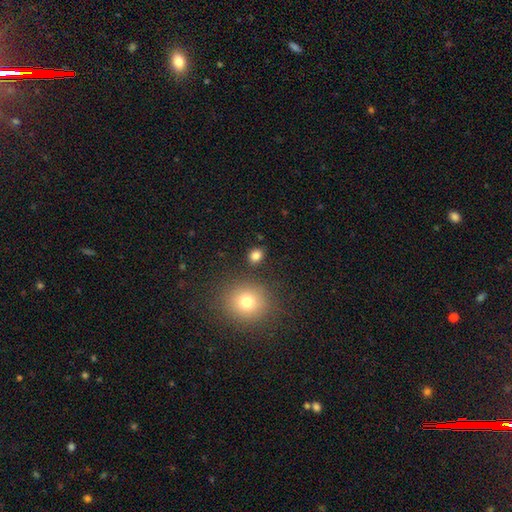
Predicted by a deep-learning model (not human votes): smooth 81%, star or artifact 13%, featured or disk 5%. Down the decision tree: how rounded — round (65%); merging — none (84%).